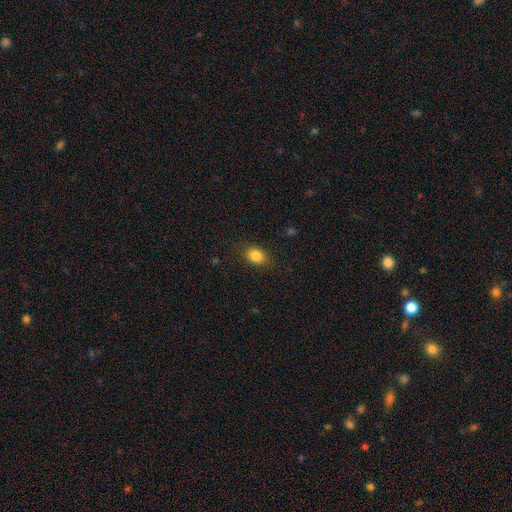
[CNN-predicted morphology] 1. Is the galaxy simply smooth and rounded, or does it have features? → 84% smooth, 10% star or artifact, 6% featured or disk.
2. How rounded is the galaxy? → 67% in between, 32% round, 1% cigar-shaped.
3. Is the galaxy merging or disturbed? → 85% none, 11% minor disturbance, 3% major disturbance, 1% merger.